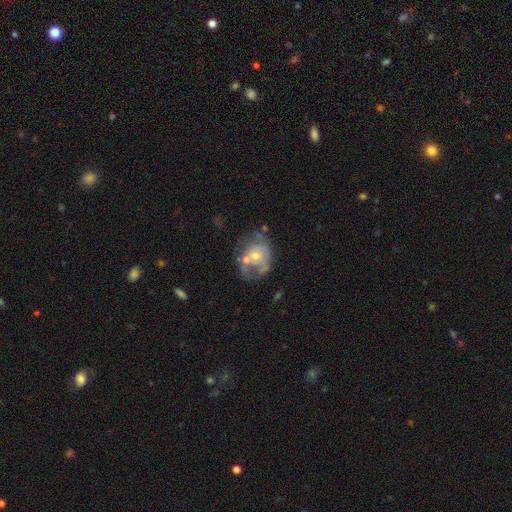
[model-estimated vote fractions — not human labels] This is possibly a featured or disk galaxy (55%). It is clearly not viewed edge-on (97%). Bar: clearly no (85%). Spiral arm pattern: likely no (66%). Central bulge: possibly small (49%). Merging: marginally none (33%).